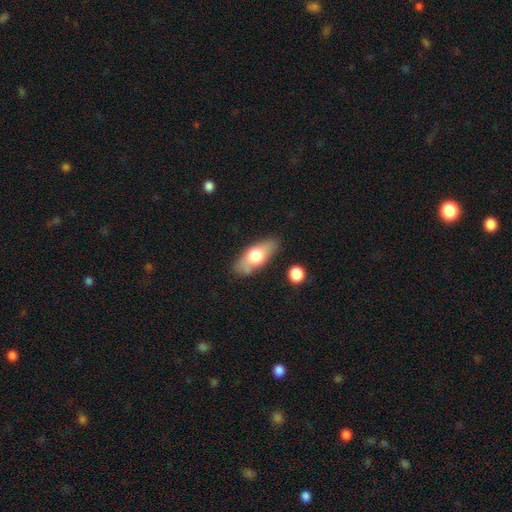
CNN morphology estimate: Smooth or featured? smooth (63%)
How rounded? in between (77%)
Merging? none (78%)